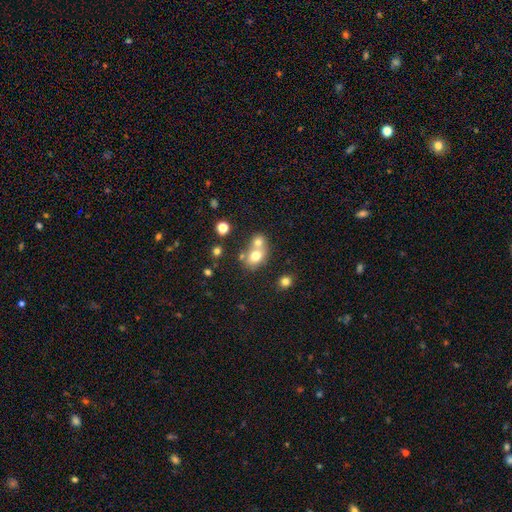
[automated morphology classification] A smooth galaxy with no disk features (72%) that is round (52%). Merging: merger (56%).